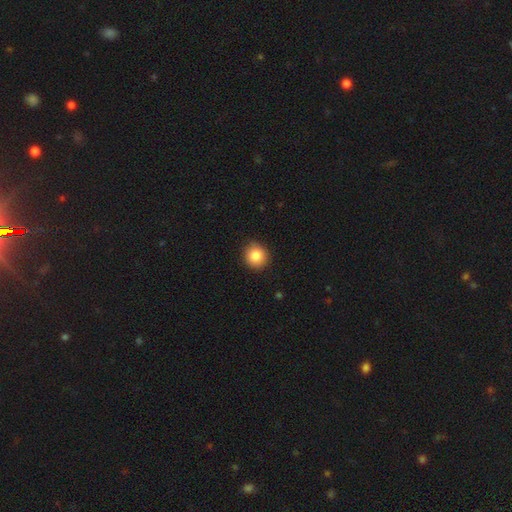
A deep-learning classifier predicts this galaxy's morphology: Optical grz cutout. It shows a smooth galaxy with no disk features (86%) that is round (85%). Merging: none (90%).